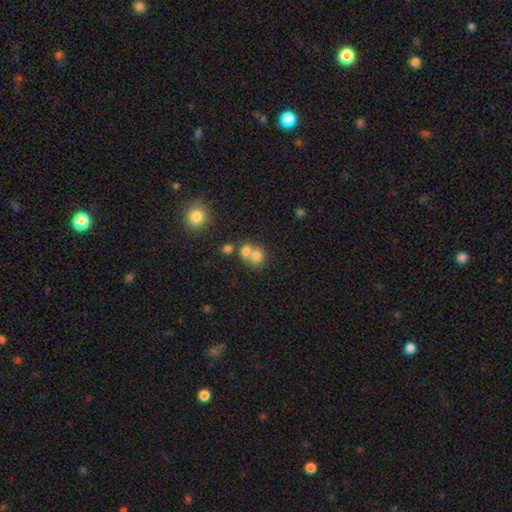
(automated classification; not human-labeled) A smooth galaxy with no disk features (74%) that is round (75%).

Vote fractions:
- Smooth or featured? smooth: 74% / featured or disk: 14% / star or artifact: 12%
- How rounded? round: 75% / in between: 24% / cigar-shaped: 1%
- Merging? merger: 57% / none: 33% / minor disturbance: 6% / major disturbance: 3%